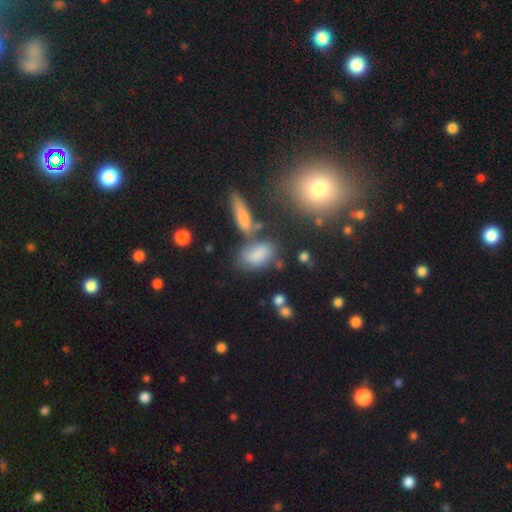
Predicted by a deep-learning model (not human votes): This is likely a smooth galaxy (75%). How rounded: clearly in between (85%). Merging: possibly none (50%).